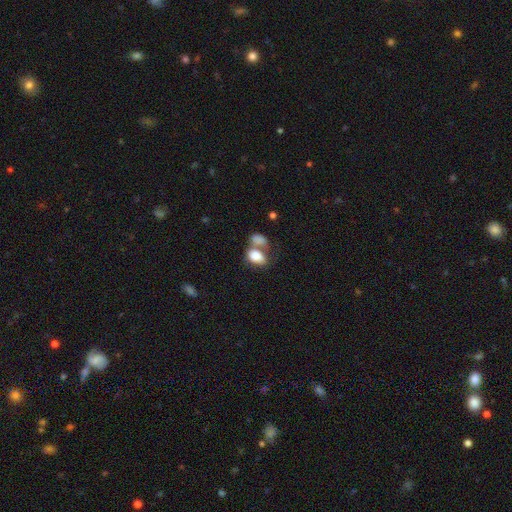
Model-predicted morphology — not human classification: This appears to be a smooth galaxy with no disk features (79%) that is in between round and cigar-shaped (82%). Merging: merger (55%).